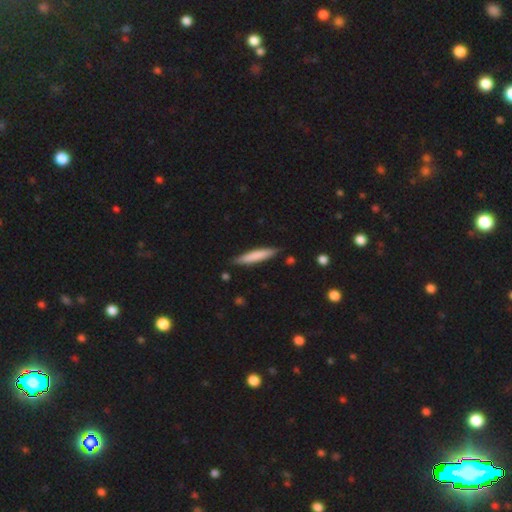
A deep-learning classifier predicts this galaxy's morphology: A smooth galaxy with no disk features (76%) that is cigar-shaped (90%). Merging: none (85%).